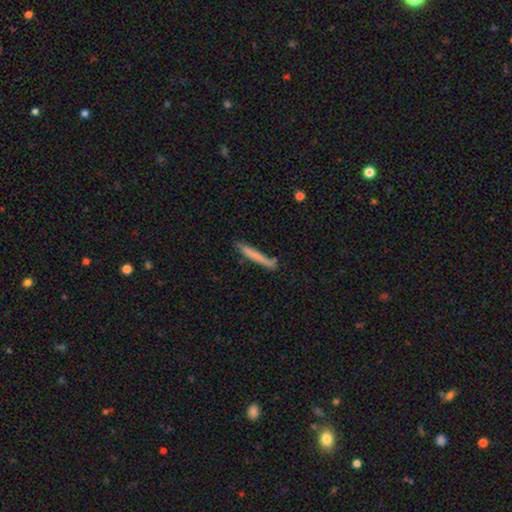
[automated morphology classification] type=smooth (70%); roundness=cigar-shaped (96%); merging=none (78%).